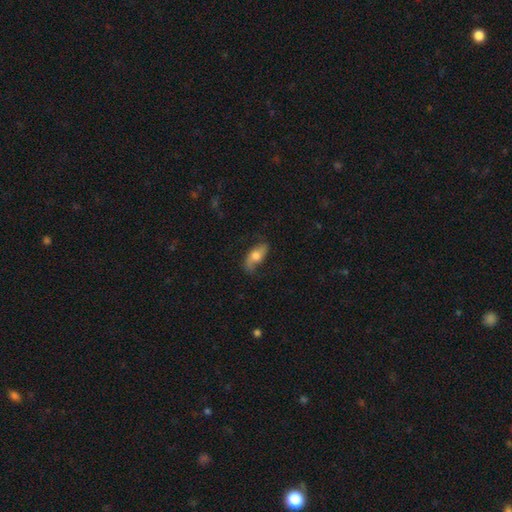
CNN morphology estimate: smooth_or_featured: smooth (p=0.50) [alt: featured or disk p=0.42]
how_rounded: in between (p=0.80) [alt: cigar-shaped p=0.15]
merging: none (p=0.71) [alt: minor disturbance p=0.20]